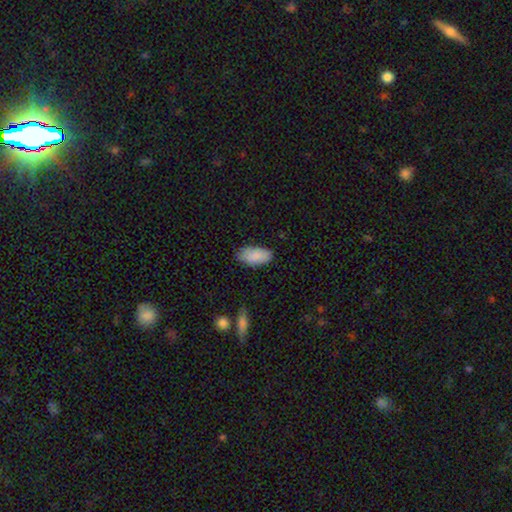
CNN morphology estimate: A smooth galaxy with no disk features (88%) that is in between round and cigar-shaped (94%).

Vote fractions:
- Smooth or featured? smooth: 88% / star or artifact: 6% / featured or disk: 6%
- How rounded? in between: 94% / cigar-shaped: 4% / round: 2%
- Merging? none: 77% / minor disturbance: 18% / major disturbance: 3% / merger: 2%